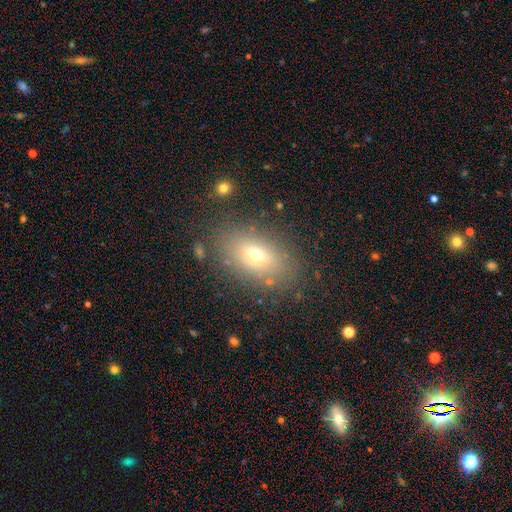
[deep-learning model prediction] This is likely a smooth galaxy (65%). How rounded: clearly in between (83%). Merging: clearly none (83%).